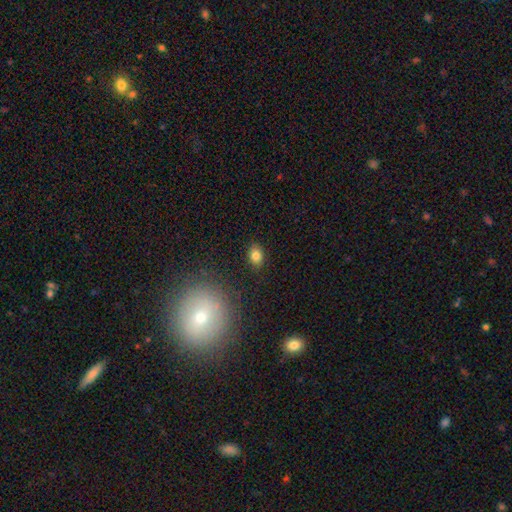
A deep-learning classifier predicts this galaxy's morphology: Overall: smooth (81%). How rounded: in between (70%). Merging: none (86%).